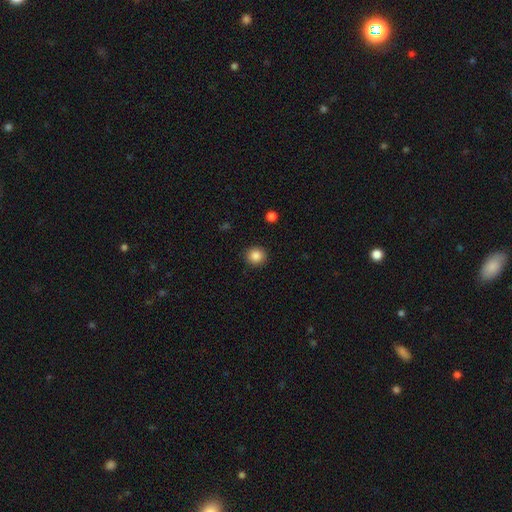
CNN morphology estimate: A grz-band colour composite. It shows a smooth galaxy with no disk features (86%) that is round (88%). Merging: none (91%).